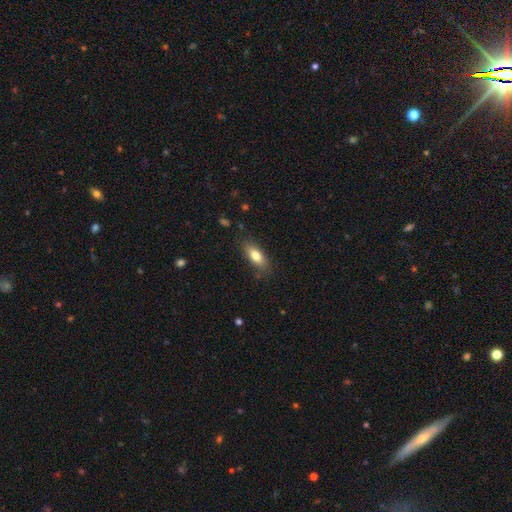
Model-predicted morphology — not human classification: The model was most divided on "how rounded": in between: 75%, cigar-shaped: 22%, round: 3%. More confident: merging — none (82%); smooth or featured — smooth (76%).